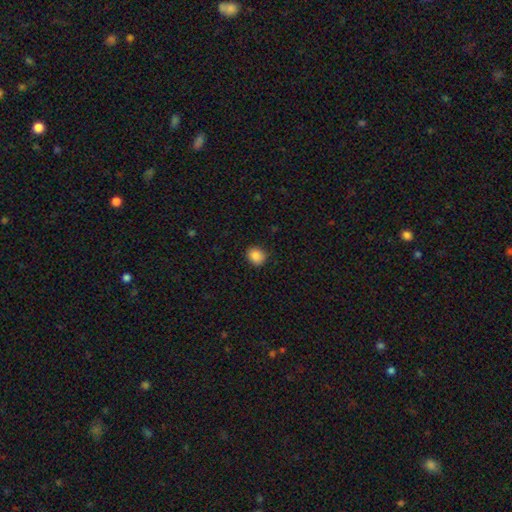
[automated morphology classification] smooth_or_featured: smooth (p=0.87) [alt: star or artifact p=0.09]
how_rounded: round (p=0.74) [alt: in between p=0.25]
merging: none (p=0.89) [alt: minor disturbance p=0.08]